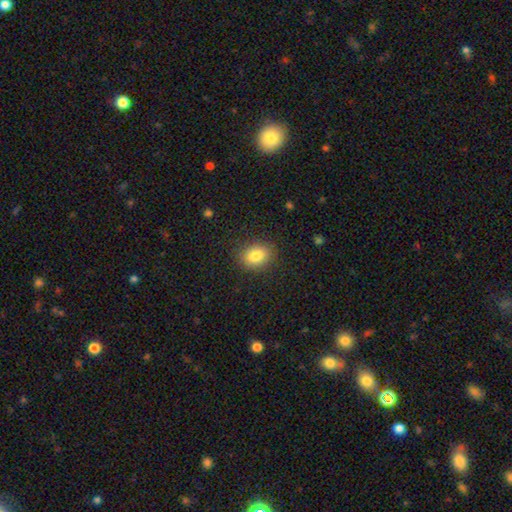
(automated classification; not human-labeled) Smooth or featured?
  - smooth: 83% *
  - star or artifact: 10%
  - featured or disk: 7%
How rounded?
  - in between: 58% *
  - round: 41%
  - cigar-shaped: 1%
Merging?
  - none: 87% *
  - minor disturbance: 9%
  - major disturbance: 3%
  - merger: 1%